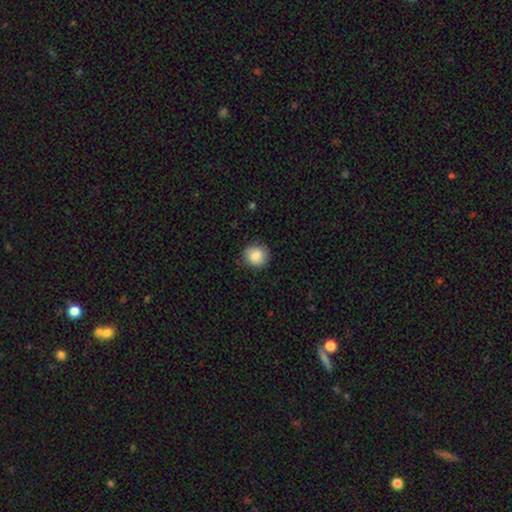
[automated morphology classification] A smooth galaxy with no disk features (87%) that is round (87%).

Vote fractions:
- Smooth or featured? smooth: 87% / star or artifact: 8% / featured or disk: 5%
- How rounded? round: 87% / in between: 12% / cigar-shaped: 1%
- Merging? none: 86% / minor disturbance: 10% / major disturbance: 2% / merger: 1%